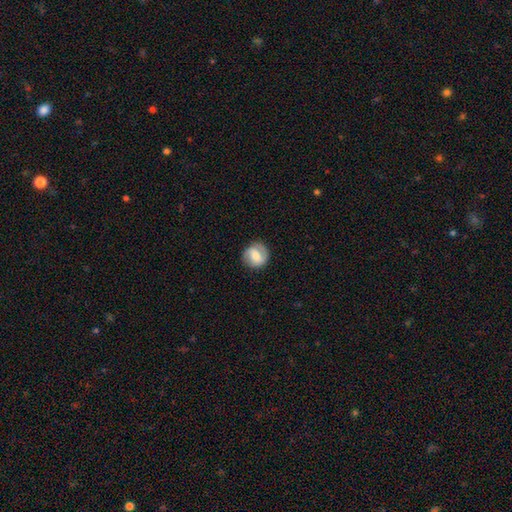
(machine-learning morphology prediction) Smooth or featured: featured or disk — 48% (smooth — 45%)
Merging: none — 84% (minor disturbance — 11%)